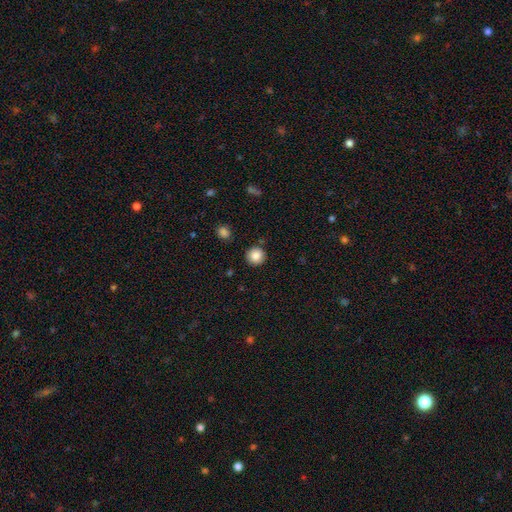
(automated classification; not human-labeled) Smooth or featured? smooth (85%)
How rounded? round (94%)
Merging? none (88%)